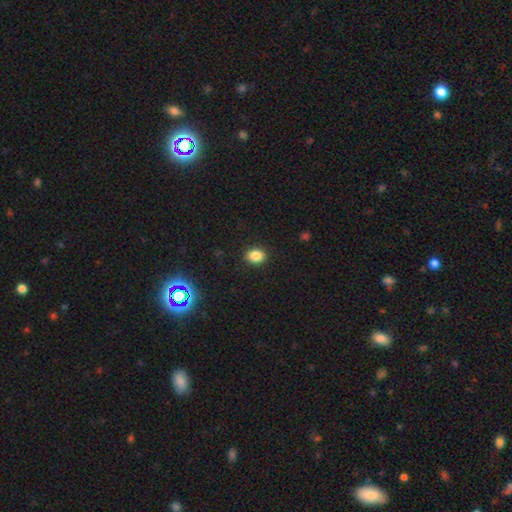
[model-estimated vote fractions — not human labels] A smooth galaxy with no disk features (84%) that is in between round and cigar-shaped (55%). Merging: none (89%).